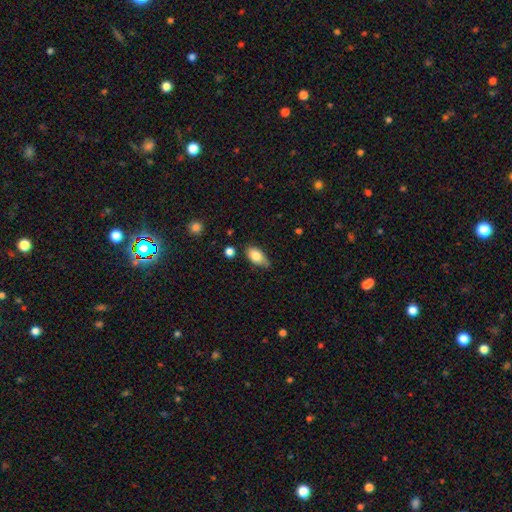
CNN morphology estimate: smooth_or_featured: smooth (p=0.79) [alt: featured or disk p=0.13]
how_rounded: in between (p=0.90) [alt: round p=0.05]
merging: none (p=0.63) [alt: minor disturbance p=0.29]